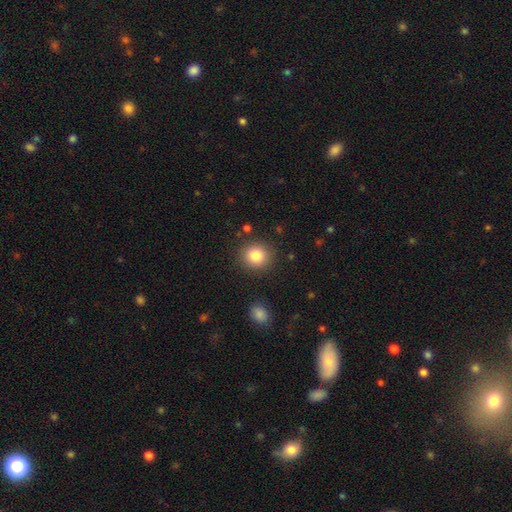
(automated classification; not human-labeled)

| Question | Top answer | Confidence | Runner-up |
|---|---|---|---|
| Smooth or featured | smooth | 83% | star or artifact (10%) |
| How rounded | round | 85% | in between (14%) |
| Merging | none | 87% | minor disturbance (8%) |